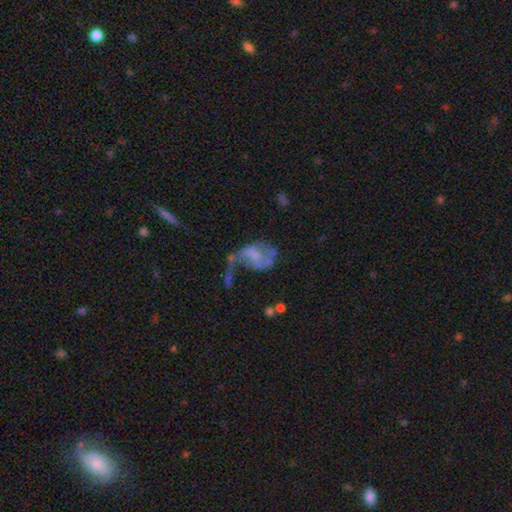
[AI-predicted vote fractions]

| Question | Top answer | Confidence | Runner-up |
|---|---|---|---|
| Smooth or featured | featured or disk | 57% | smooth (30%) |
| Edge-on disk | no | 97% | yes (3%) |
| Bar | no | 65% | weak (27%) |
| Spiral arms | no | 56% | yes (44%) |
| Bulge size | none | 57% | small (21%) |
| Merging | major disturbance | 47% | none (21%) |